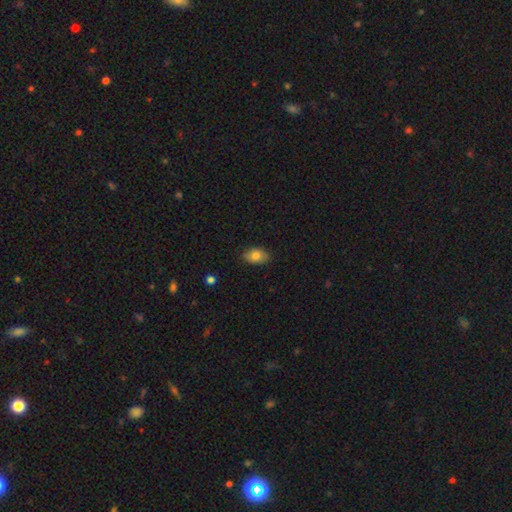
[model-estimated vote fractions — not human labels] This appears to be a smooth galaxy with no disk features (81%) that is in between round and cigar-shaped (87%). Merging: none (85%).